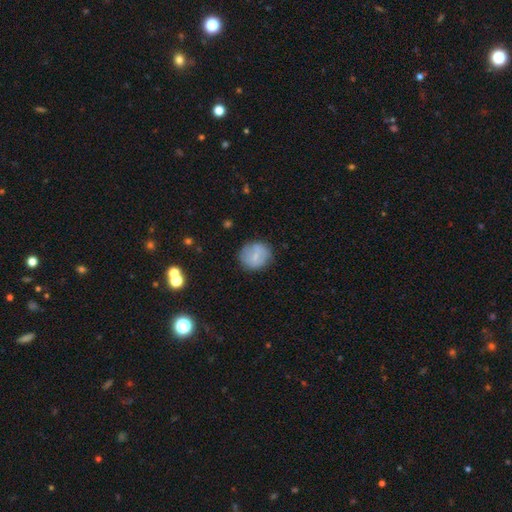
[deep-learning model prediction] smooth 66%, featured or disk 25%, star or artifact 8%. Down the decision tree: how rounded — round (80%); merging — none (78%).